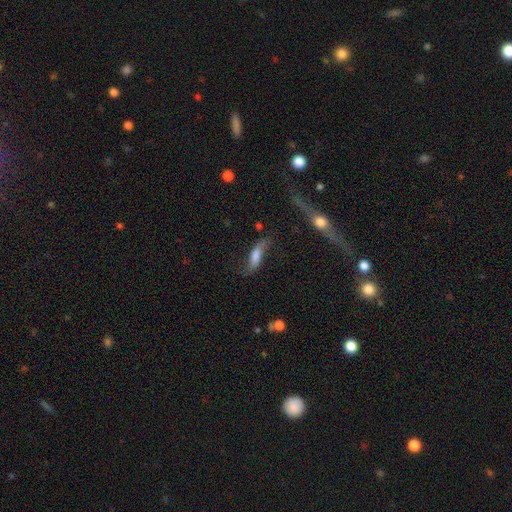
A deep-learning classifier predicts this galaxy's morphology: smooth_or_featured: featured or disk (p=0.54) [alt: smooth p=0.37]
disk_edge_on: no (p=0.75) [alt: yes p=0.25]
merging: none (p=0.54) [alt: minor disturbance p=0.23]